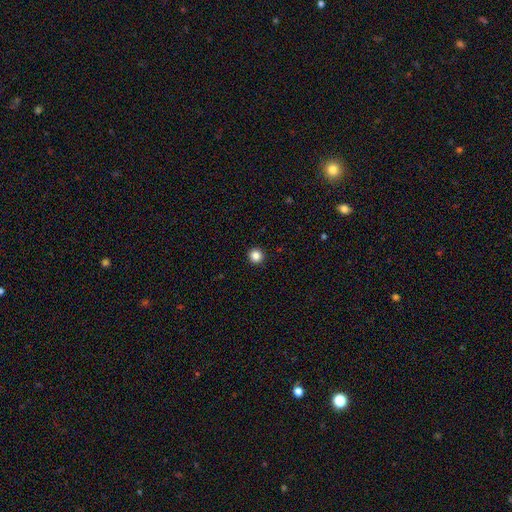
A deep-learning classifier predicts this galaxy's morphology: Smooth or featured?
  - smooth: 86% *
  - star or artifact: 11%
  - featured or disk: 3%
How rounded?
  - round: 96% *
  - in between: 3%
  - cigar-shaped: 1%
Merging?
  - none: 94% *
  - minor disturbance: 4%
  - major disturbance: 1%
  - merger: 1%